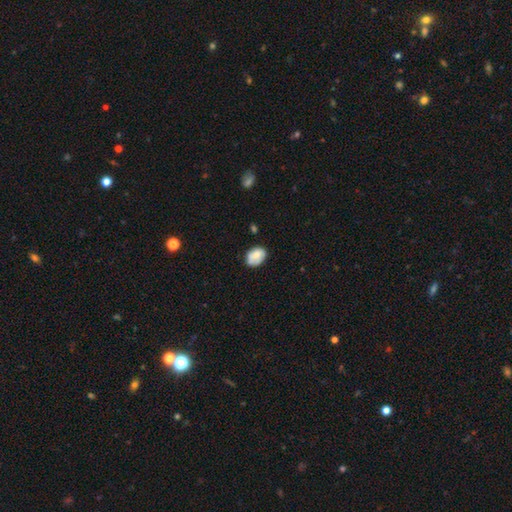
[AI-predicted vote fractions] A smooth galaxy with no disk features (71%) that is in between round and cigar-shaped (73%). Merging: none (61%).